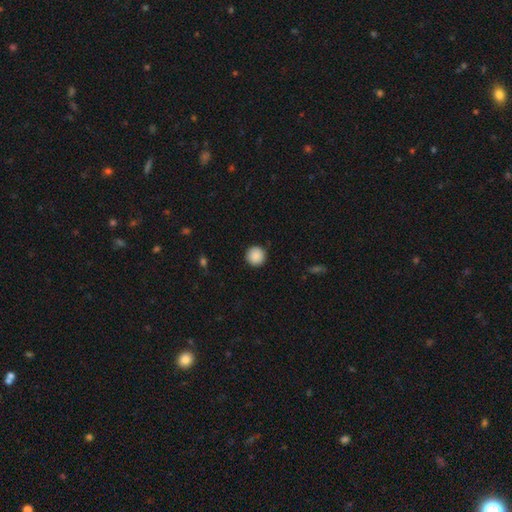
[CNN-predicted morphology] Smooth or featured? smooth (89%)
How rounded? round (95%)
Merging? none (91%)